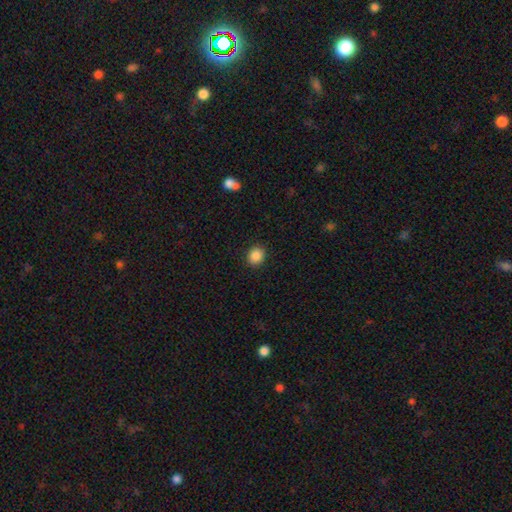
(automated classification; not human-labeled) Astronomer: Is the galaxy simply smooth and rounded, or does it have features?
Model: smooth — 87%.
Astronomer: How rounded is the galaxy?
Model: round — 75%.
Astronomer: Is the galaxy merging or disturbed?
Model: none — 91%.